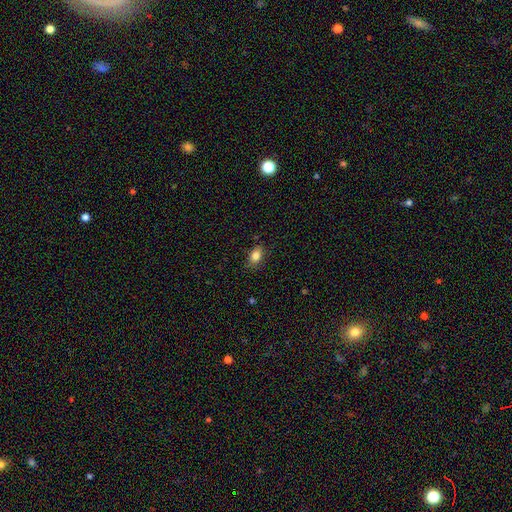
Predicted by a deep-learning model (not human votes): Overall: smooth (84%). How rounded: in between (79%). Merging: none (82%).